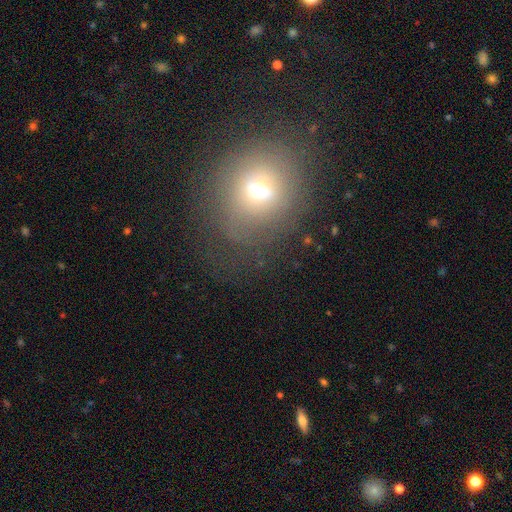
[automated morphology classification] Smooth or featured?
  - smooth: 59% *
  - star or artifact: 21%
  - featured or disk: 20%
How rounded?
  - round: 69% *
  - in between: 30%
  - cigar-shaped: 1%
Merging?
  - none: 70% *
  - minor disturbance: 17%
  - major disturbance: 11%
  - merger: 2%